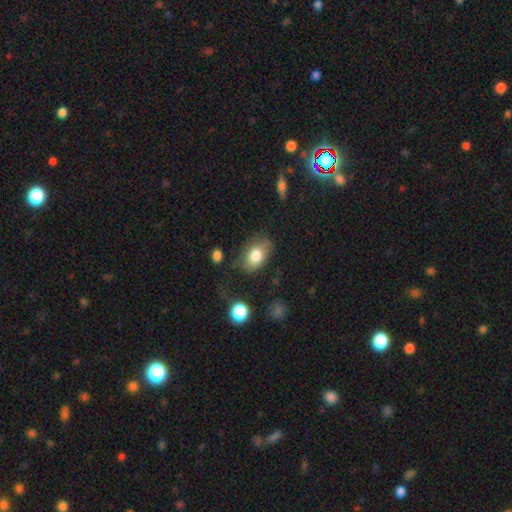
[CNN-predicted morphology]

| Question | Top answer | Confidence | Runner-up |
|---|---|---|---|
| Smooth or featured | smooth | 76% | featured or disk (16%) |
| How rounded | in between | 85% | round (14%) |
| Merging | none | 58% | minor disturbance (26%) |